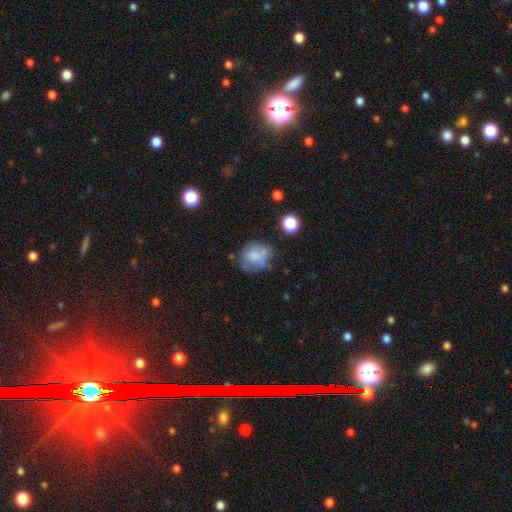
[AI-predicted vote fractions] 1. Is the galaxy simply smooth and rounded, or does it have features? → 65% smooth, 25% featured or disk, 10% star or artifact.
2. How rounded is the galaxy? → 65% round, 34% in between, 1% cigar-shaped.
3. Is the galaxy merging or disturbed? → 54% none, 27% minor disturbance, 14% major disturbance, 6% merger.